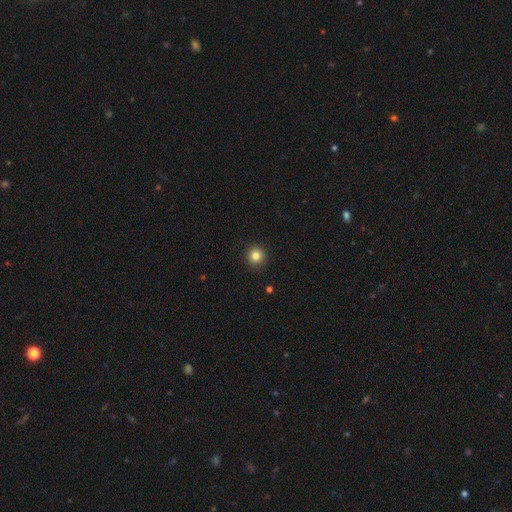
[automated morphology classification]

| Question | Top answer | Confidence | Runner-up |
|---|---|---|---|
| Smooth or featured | smooth | 84% | star or artifact (11%) |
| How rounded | round | 95% | in between (4%) |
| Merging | none | 92% | minor disturbance (5%) |